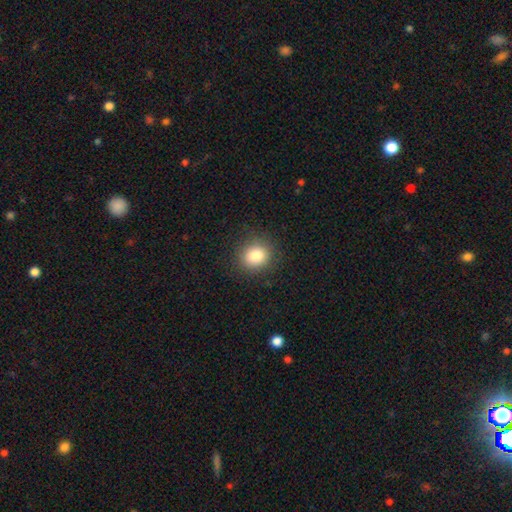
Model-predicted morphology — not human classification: smooth 82%, star or artifact 11%, featured or disk 7%. Down the decision tree: how rounded — round (77%); merging — none (87%).